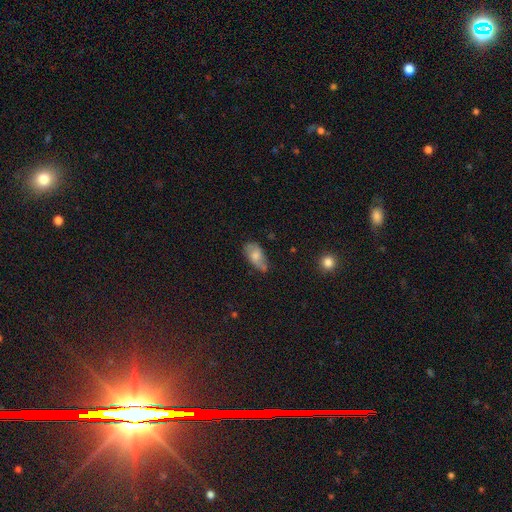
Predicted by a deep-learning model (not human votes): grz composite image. It shows a smooth galaxy with no disk features (68%) that is in between round and cigar-shaped (91%). Merging: none (50%).